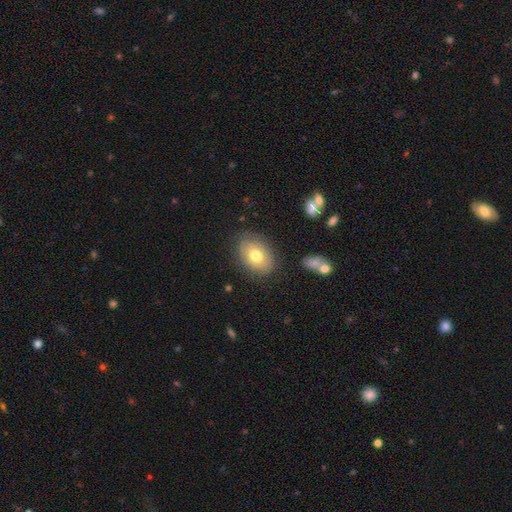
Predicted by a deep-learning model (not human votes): Smooth or featured? smooth (69%)
How rounded? in between (79%)
Merging? none (80%)